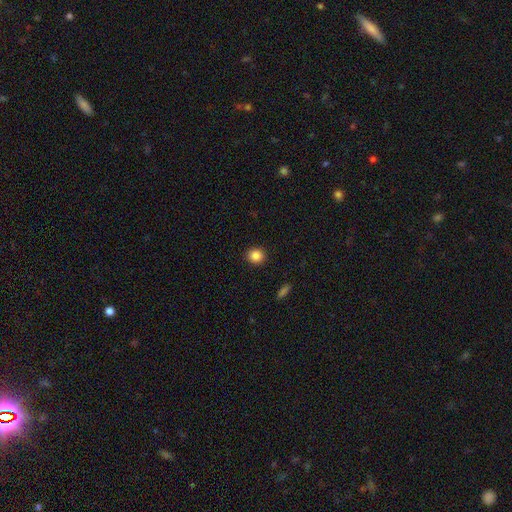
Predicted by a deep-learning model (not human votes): Smooth or featured?
  - smooth: 86% *
  - star or artifact: 10%
  - featured or disk: 4%
How rounded?
  - round: 85% *
  - in between: 14%
  - cigar-shaped: 1%
Merging?
  - none: 92% *
  - minor disturbance: 5%
  - major disturbance: 2%
  - merger: 1%